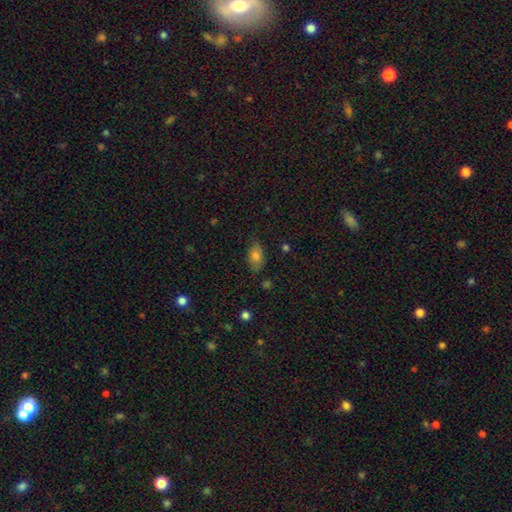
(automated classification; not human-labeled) Smooth or featured? smooth (79%)
How rounded? in between (87%)
Merging? none (74%)